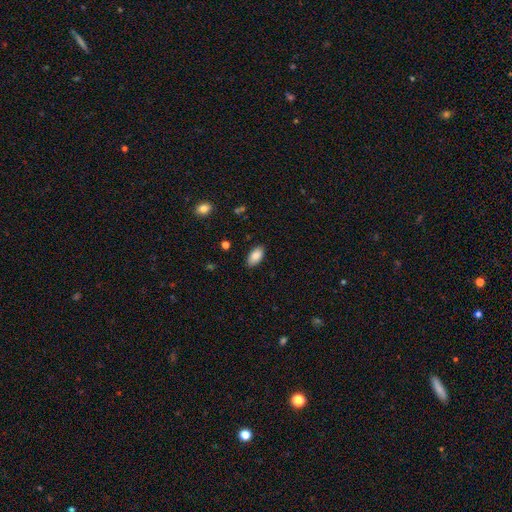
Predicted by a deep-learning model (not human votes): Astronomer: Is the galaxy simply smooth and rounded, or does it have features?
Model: smooth — 88%.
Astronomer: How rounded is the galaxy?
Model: in between — 93%.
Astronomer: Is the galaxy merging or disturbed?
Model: none — 86%.